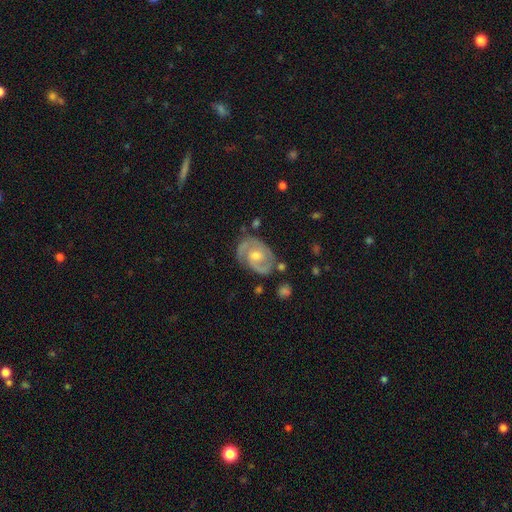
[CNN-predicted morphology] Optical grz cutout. It shows a featured or disk galaxy (86%) with no bar (61%), 2 (84%) tight (51%) spiral arms (95%) and a moderate central bulge (65%). Merging: none (75%).